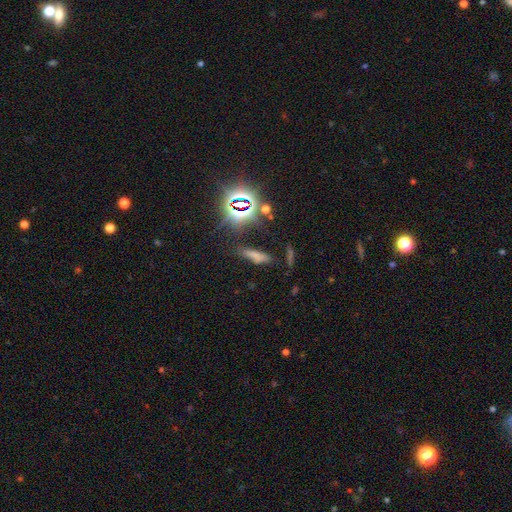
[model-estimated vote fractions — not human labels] This appears to be a smooth galaxy with no disk features (60%) that is cigar-shaped (63%). Merging: none (68%).